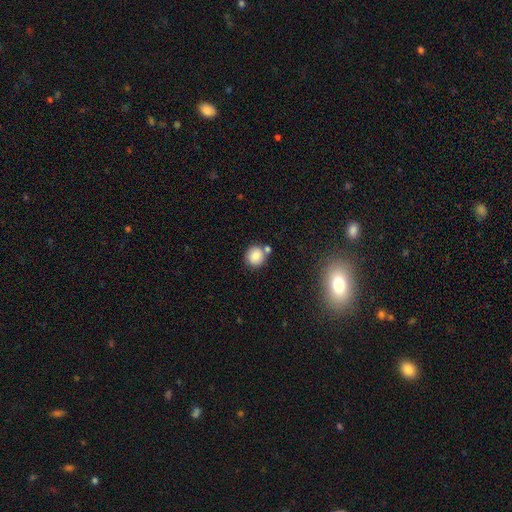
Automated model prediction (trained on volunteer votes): A smooth galaxy with no disk features (81%) that is round (91%).

Vote fractions:
- Smooth or featured? smooth: 81% / star or artifact: 10% / featured or disk: 10%
- How rounded? round: 91% / in between: 8% / cigar-shaped: 1%
- Merging? none: 70% / merger: 16% / minor disturbance: 11% / major disturbance: 3%